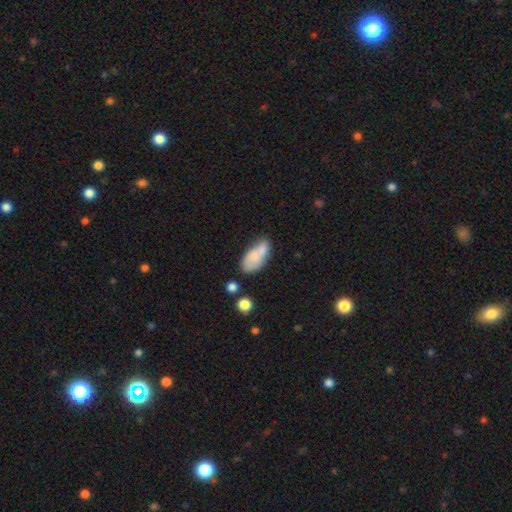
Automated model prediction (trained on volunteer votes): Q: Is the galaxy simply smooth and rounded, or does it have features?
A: smooth — 70%.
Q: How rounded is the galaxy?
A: in between — 90%.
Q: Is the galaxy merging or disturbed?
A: none — 37%.